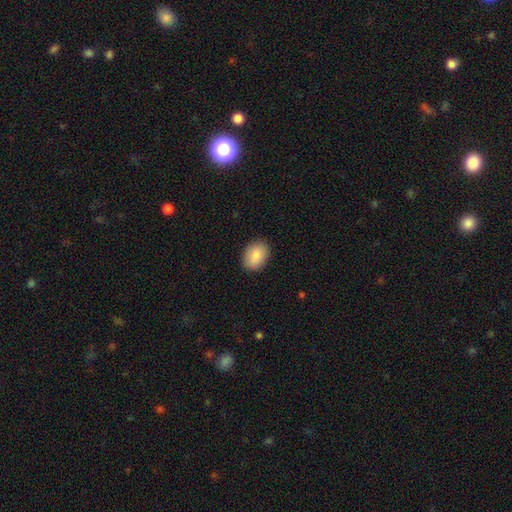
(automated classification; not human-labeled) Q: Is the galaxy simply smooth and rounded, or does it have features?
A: smooth — 88%.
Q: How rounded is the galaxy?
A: in between — 76%.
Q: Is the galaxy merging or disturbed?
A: none — 87%.